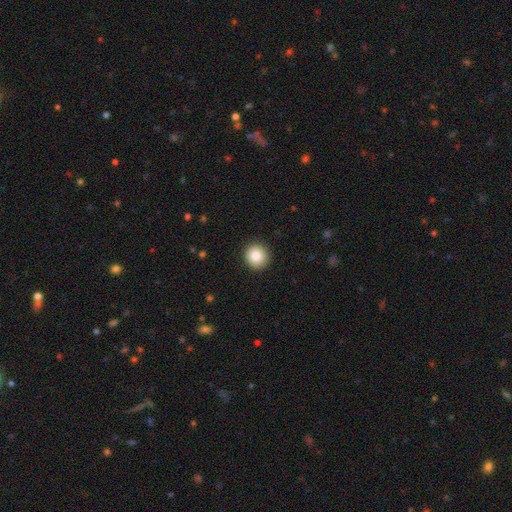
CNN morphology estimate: Smooth or featured: smooth — 84% (star or artifact — 9%)
How rounded: round — 92% (in between — 7%)
Merging: none — 92% (minor disturbance — 6%)